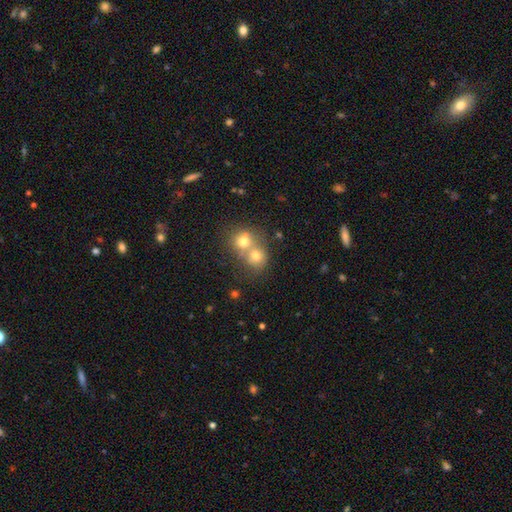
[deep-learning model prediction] Smooth or featured? smooth (71%)
How rounded? round (75%)
Merging? merger (62%)